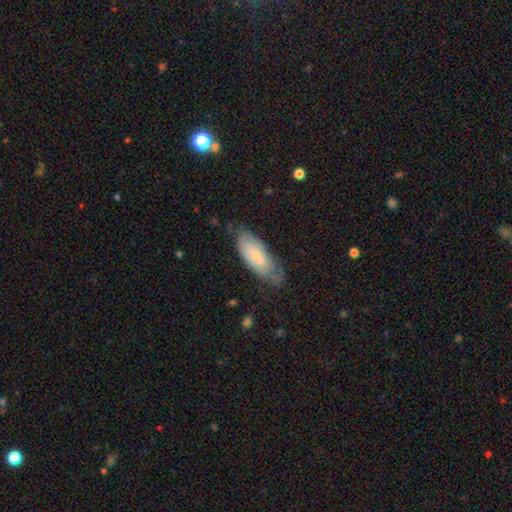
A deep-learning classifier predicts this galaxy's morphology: This is possibly a smooth galaxy (48%). Merging: possibly none (59%).